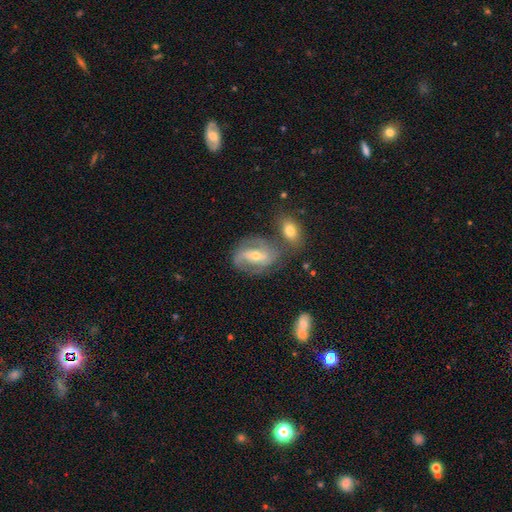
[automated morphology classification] Smooth or featured: featured or disk — 77% (smooth — 15%)
Edge-on disk: no — 94% (yes — 6%)
Bar: strong — 41% (weak — 37%)
Spiral arms: yes — 88% (no — 12%)
Spiral winding: medium — 44% (tight — 33%)
Spiral arm count: 2 — 70% (can't tell — 15%)
Bulge size: moderate — 49% (small — 47%)
Merging: none — 60% (minor disturbance — 17%)